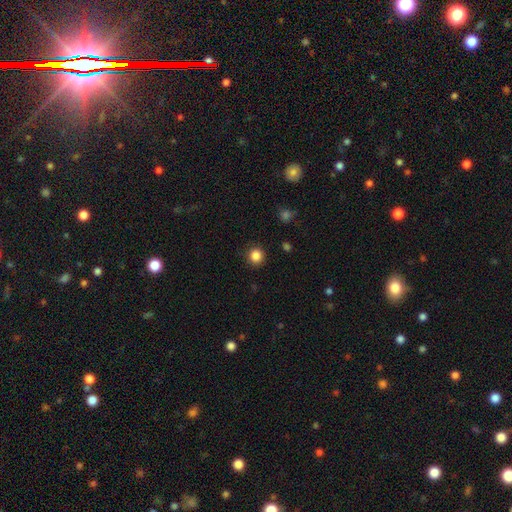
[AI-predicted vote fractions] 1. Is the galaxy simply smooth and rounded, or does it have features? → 85% smooth, 11% star or artifact, 3% featured or disk.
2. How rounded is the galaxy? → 93% round, 6% in between, 1% cigar-shaped.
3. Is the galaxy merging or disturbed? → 91% none, 6% minor disturbance, 2% major disturbance, 1% merger.